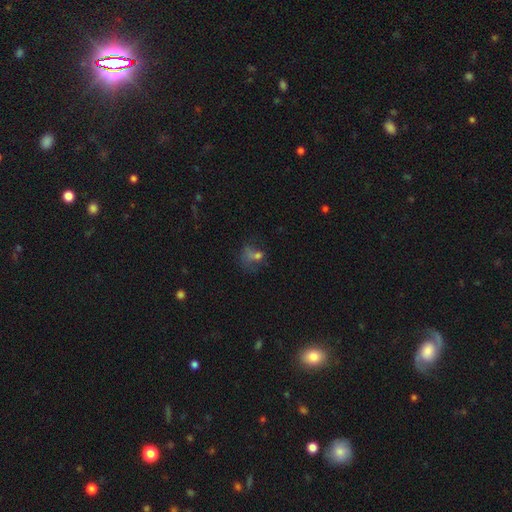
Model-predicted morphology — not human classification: A smooth galaxy with no disk features (42%). Merging: none (38%).